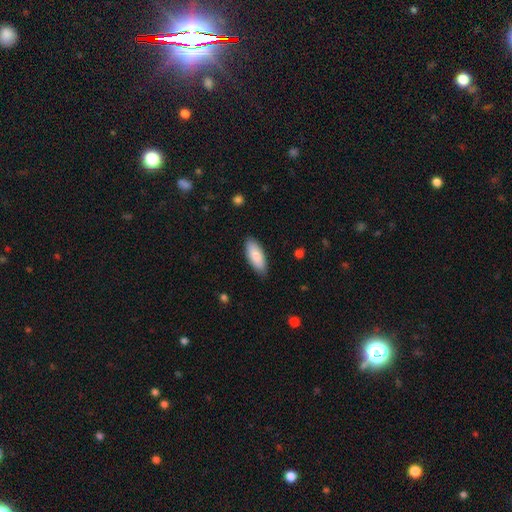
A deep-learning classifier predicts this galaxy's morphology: This is clearly a smooth galaxy (87%). How rounded: likely in between (79%). Merging: clearly none (86%).